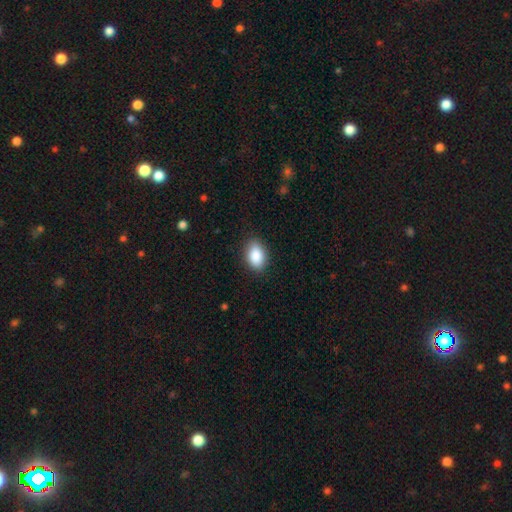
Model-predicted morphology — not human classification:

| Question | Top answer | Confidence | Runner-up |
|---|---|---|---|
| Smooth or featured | smooth | 87% | star or artifact (7%) |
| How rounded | in between | 88% | round (11%) |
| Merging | none | 87% | minor disturbance (10%) |